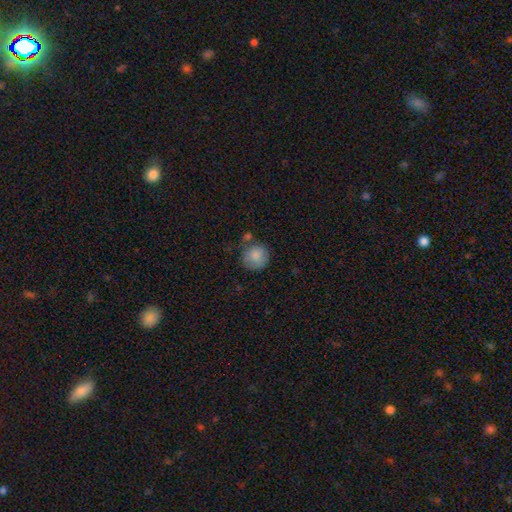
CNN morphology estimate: Overall: smooth (85%). How rounded: round (91%). Merging: none (67%).